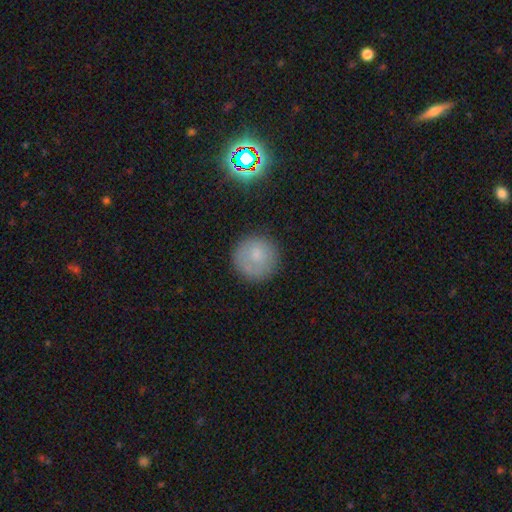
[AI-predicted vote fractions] smooth 74%, featured or disk 14%, star or artifact 12%. Down the decision tree: how rounded — round (95%); merging — none (82%).